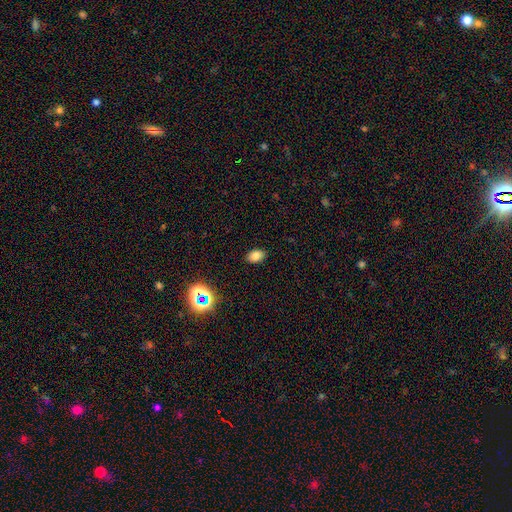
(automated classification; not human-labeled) Q: Smooth or featured?
A: smooth (79%); runner-up: star or artifact (14%)
Q: How rounded?
A: in between (86%); runner-up: round (13%)
Q: Merging?
A: none (88%); runner-up: minor disturbance (9%)